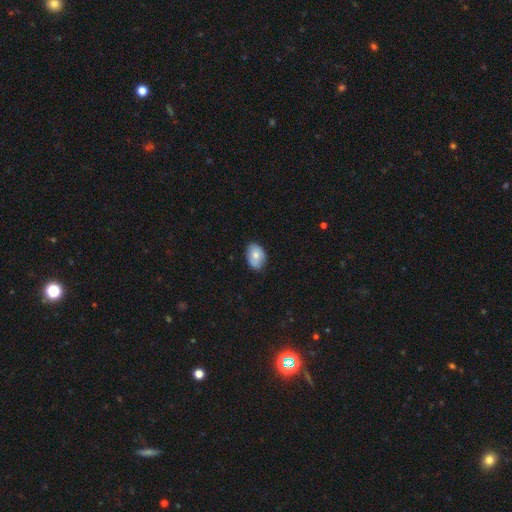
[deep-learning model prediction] Smooth or featured?
  - smooth: 76% *
  - featured or disk: 17%
  - star or artifact: 7%
How rounded?
  - in between: 83% *
  - round: 16%
  - cigar-shaped: 1%
Merging?
  - none: 76% *
  - minor disturbance: 20%
  - major disturbance: 3%
  - merger: 1%